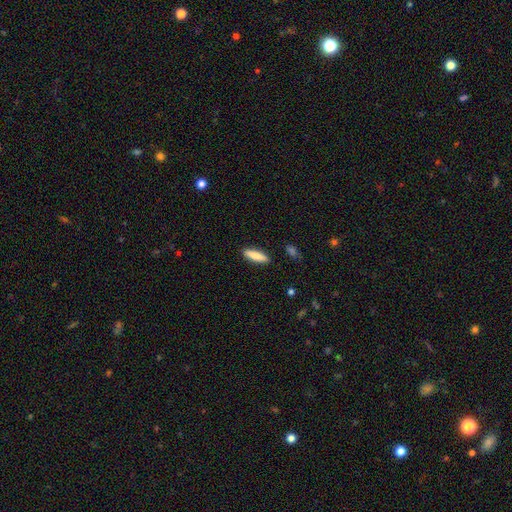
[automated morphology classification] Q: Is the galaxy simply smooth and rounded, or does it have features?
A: smooth — 78%.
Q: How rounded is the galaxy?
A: cigar-shaped — 68%.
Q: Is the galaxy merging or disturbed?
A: none — 89%.